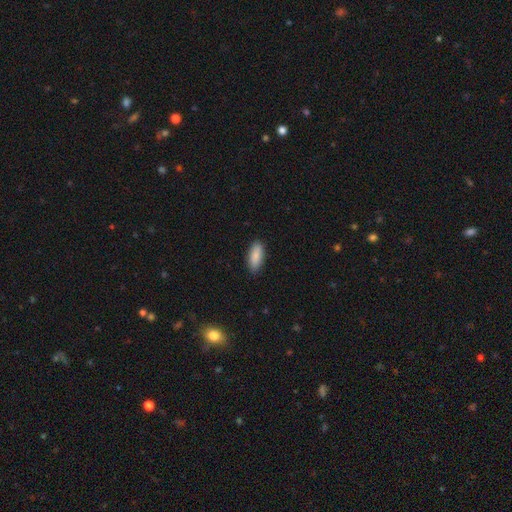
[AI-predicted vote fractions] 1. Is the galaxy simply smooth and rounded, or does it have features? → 89% smooth, 6% star or artifact, 5% featured or disk.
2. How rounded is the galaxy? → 79% in between, 20% cigar-shaped, 2% round.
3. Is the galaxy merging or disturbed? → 89% none, 9% minor disturbance, 2% major disturbance, 1% merger.